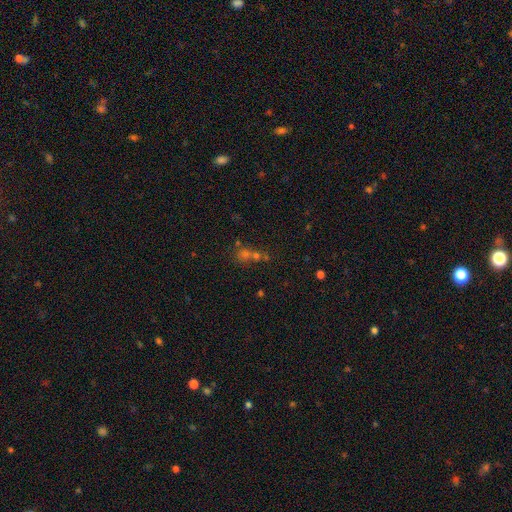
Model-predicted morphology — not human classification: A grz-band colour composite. It shows a smooth galaxy with no disk features (44%). Merging: none (46%).